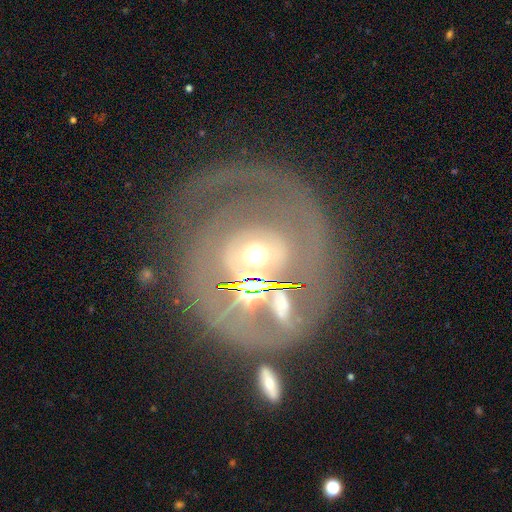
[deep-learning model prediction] Smooth or featured?
  - featured or disk: 61% *
  - smooth: 23%
  - star or artifact: 16%
Edge-on disk?
  - no: 93% *
  - yes: 7%
Bar?
  - no: 62% *
  - strong: 20%
  - weak: 17%
Spiral arms?
  - no: 51% *
  - yes: 49%
Bulge size?
  - moderate: 62% *
  - small: 18%
  - large: 14%
  - dominant: 4%
  - none: 2%
Merging?
  - none: 54% *
  - major disturbance: 20%
  - minor disturbance: 15%
  - merger: 11%